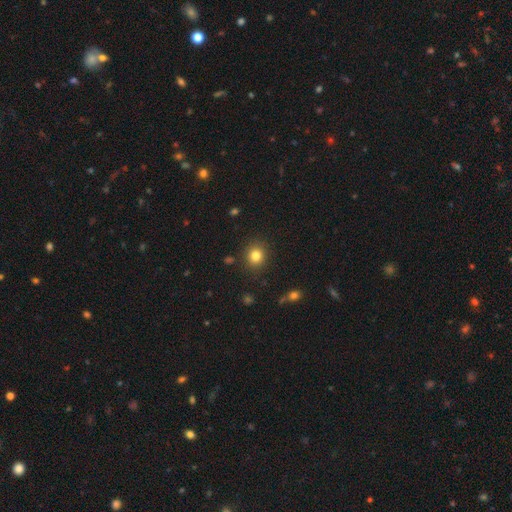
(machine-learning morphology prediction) type=smooth (82%); roundness=round (83%); merging=none (88%).